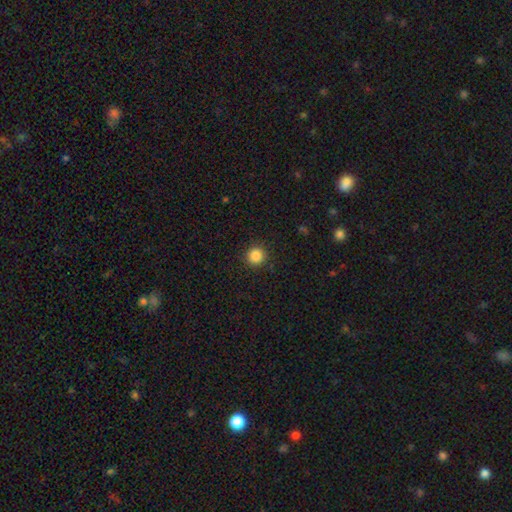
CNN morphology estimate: smooth 86%, star or artifact 11%, featured or disk 4%. Down the decision tree: how rounded — round (95%); merging — none (92%).